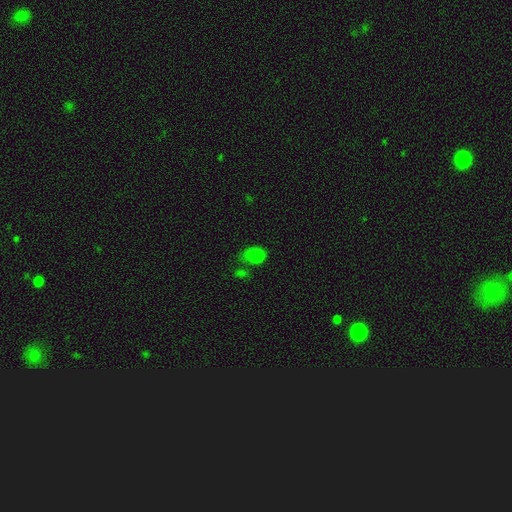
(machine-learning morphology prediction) smooth_or_featured: smooth (p=0.76) [alt: star or artifact p=0.19]
how_rounded: in between (p=0.72) [alt: round p=0.27]
merging: none (p=0.48) [alt: minor disturbance p=0.21]